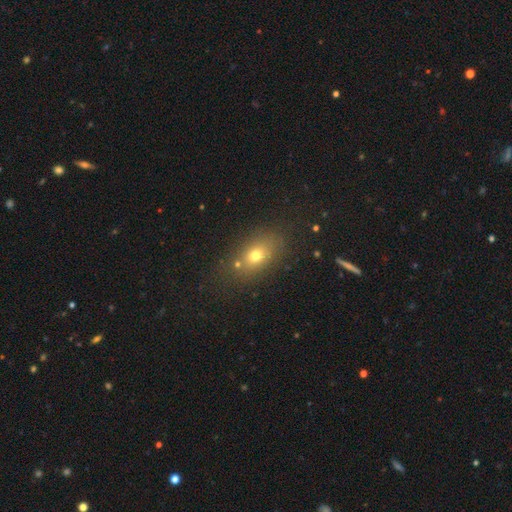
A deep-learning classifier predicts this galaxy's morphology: smooth_or_featured: smooth (p=0.70) [alt: star or artifact p=0.16]
how_rounded: in between (p=0.74) [alt: round p=0.22]
merging: none (p=0.76) [alt: minor disturbance p=0.13]